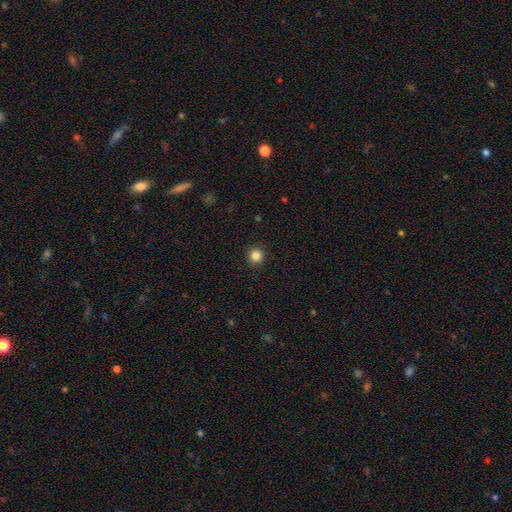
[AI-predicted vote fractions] Smooth or featured? smooth (84%)
How rounded? round (94%)
Merging? none (93%)